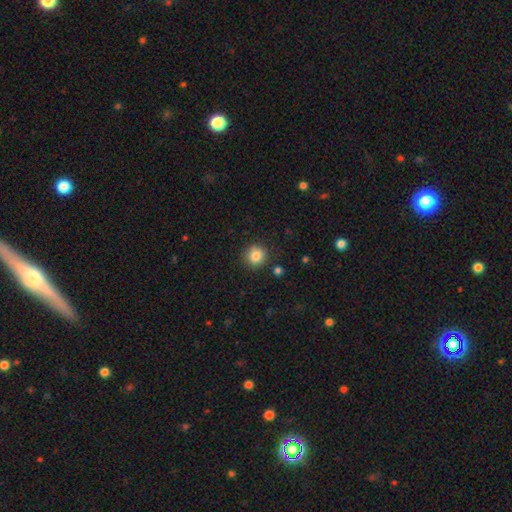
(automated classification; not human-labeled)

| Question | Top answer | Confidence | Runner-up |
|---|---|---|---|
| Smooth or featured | smooth | 83% | star or artifact (11%) |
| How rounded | round | 90% | in between (9%) |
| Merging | none | 85% | minor disturbance (9%) |